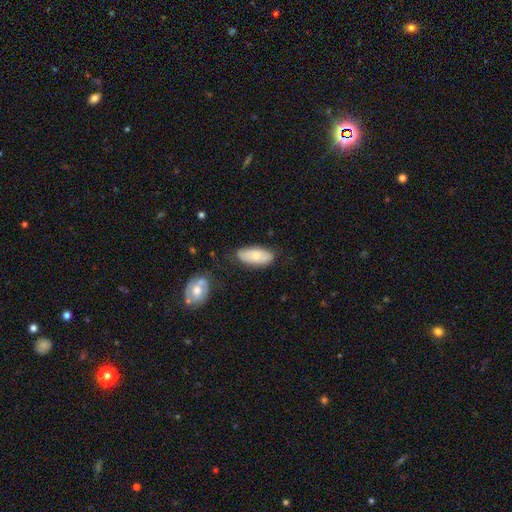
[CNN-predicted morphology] smooth_or_featured: smooth (p=0.60) [alt: featured or disk p=0.34]
how_rounded: in between (p=0.88) [alt: cigar-shaped p=0.09]
merging: none (p=0.71) [alt: minor disturbance p=0.21]